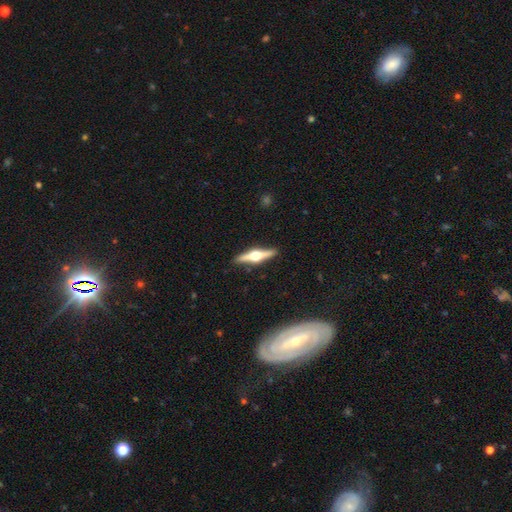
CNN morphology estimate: This is likely a featured or disk galaxy (75%). It is clearly viewed edge-on (97%). Edge-on bulge: clearly rounded (96%). Merging: clearly none (90%).